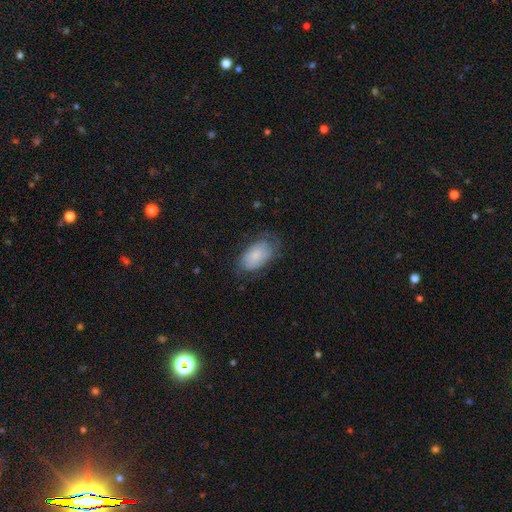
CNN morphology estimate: A smooth galaxy with no disk features (71%) that is in between round and cigar-shaped (94%).

Vote fractions:
- Smooth or featured? smooth: 71% / featured or disk: 22% / star or artifact: 7%
- How rounded? in between: 94% / round: 5% / cigar-shaped: 2%
- Merging? none: 59% / minor disturbance: 28% / major disturbance: 11% / merger: 1%